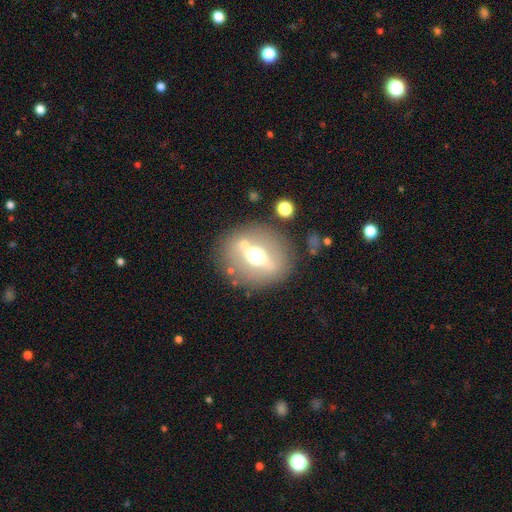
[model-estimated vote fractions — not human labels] smooth-or-featured: featured or disk: 44% | smooth: 43% | star or artifact: 13%
  merging: none: 79% | minor disturbance: 10% | merger: 6% | major disturbance: 5%